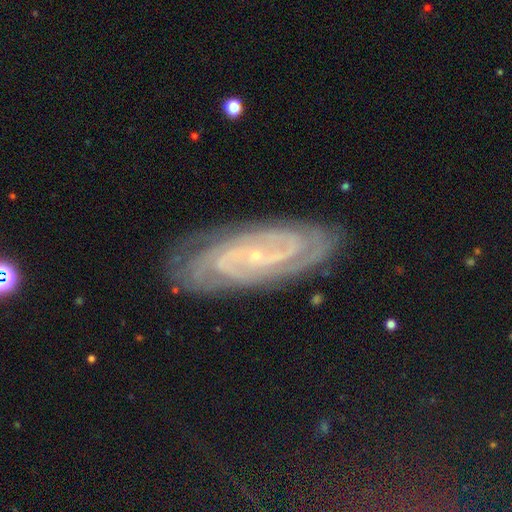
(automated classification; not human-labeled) Smooth or featured? Predicted: featured or disk (p=0.85). Edge-on disk? Predicted: no (p=0.94). Bar? Predicted: no (p=0.51). Spiral arms? Predicted: yes (p=0.98). Spiral winding? Predicted: tight (p=0.71). Spiral arm count? Predicted: 2 (p=0.37). Bulge size? Predicted: small (p=0.88). Merging? Predicted: none (p=0.82).